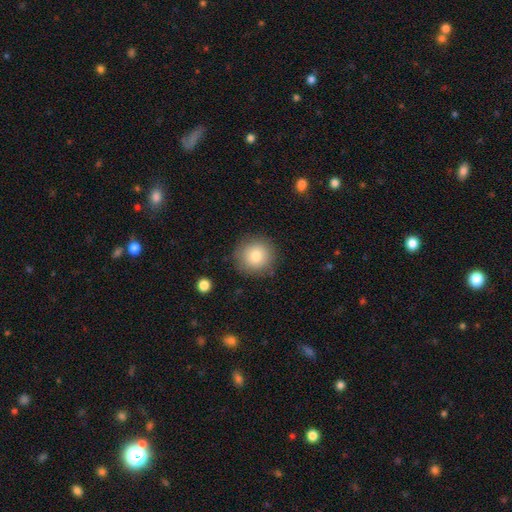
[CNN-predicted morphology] Q: Smooth or featured?
A: smooth (82%); runner-up: featured or disk (9%)
Q: How rounded?
A: round (91%); runner-up: in between (8%)
Q: Merging?
A: none (86%); runner-up: minor disturbance (10%)